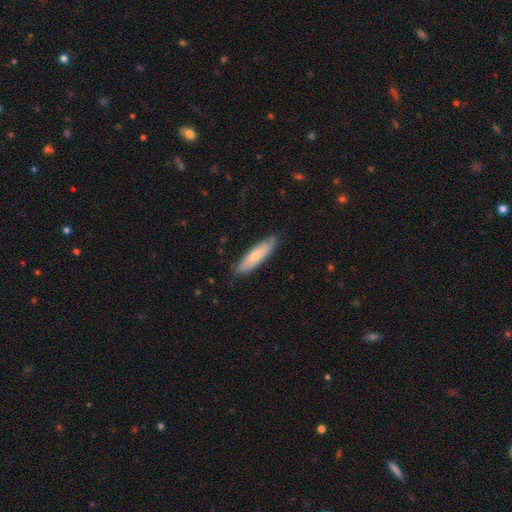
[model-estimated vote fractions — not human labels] smooth-or-featured: smooth: 68% | featured or disk: 27% | star or artifact: 5%
  how-rounded: cigar-shaped: 67% | in between: 31% | round: 1%
  merging: none: 80% | minor disturbance: 16% | major disturbance: 2% | merger: 1%